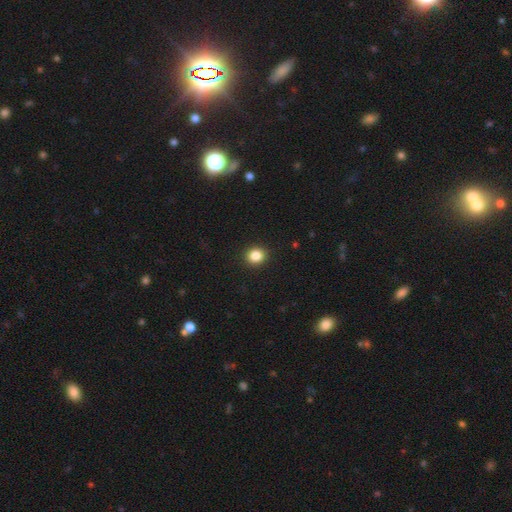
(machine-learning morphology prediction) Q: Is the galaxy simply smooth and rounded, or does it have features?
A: smooth — 85%.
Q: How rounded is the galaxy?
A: round — 84%.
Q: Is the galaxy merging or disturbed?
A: none — 92%.